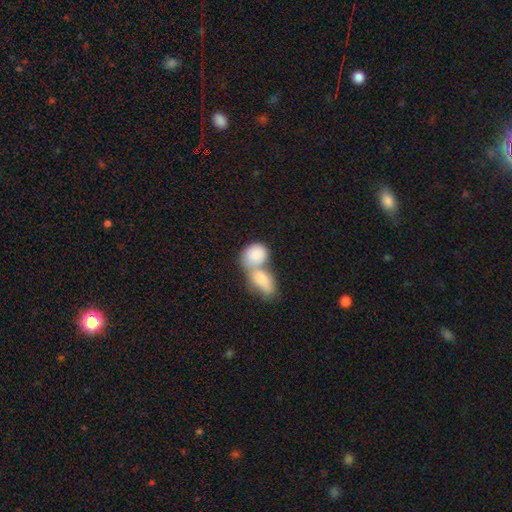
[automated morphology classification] Overall: smooth (83%). How rounded: in between (64%; round 33%). Merging: merger (70%).